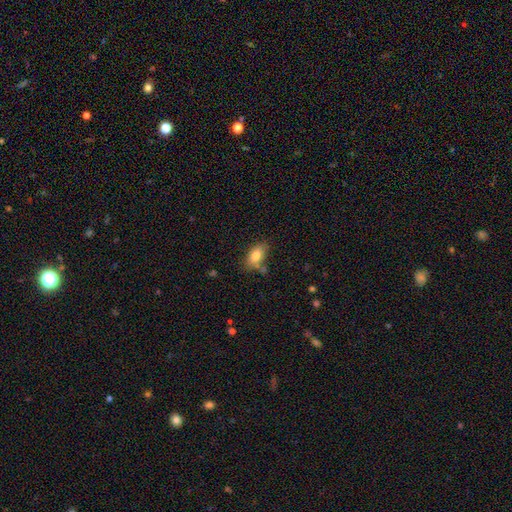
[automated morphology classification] Q: Smooth or featured?
A: smooth (79%); runner-up: featured or disk (12%)
Q: How rounded?
A: in between (88%); runner-up: round (6%)
Q: Merging?
A: none (67%); runner-up: minor disturbance (18%)